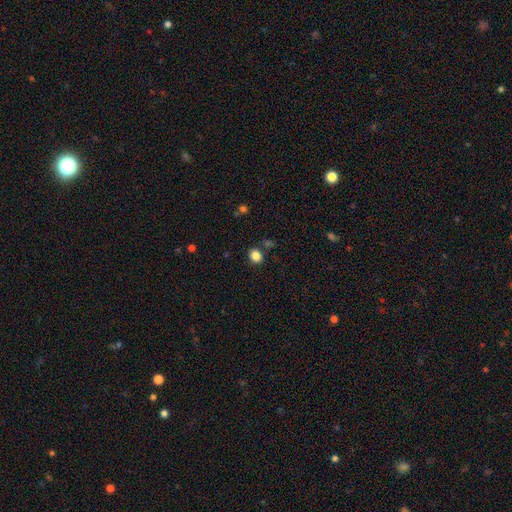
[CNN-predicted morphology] smooth 84%, star or artifact 11%, featured or disk 4%. Down the decision tree: how rounded — round (63%); merging — none (83%).